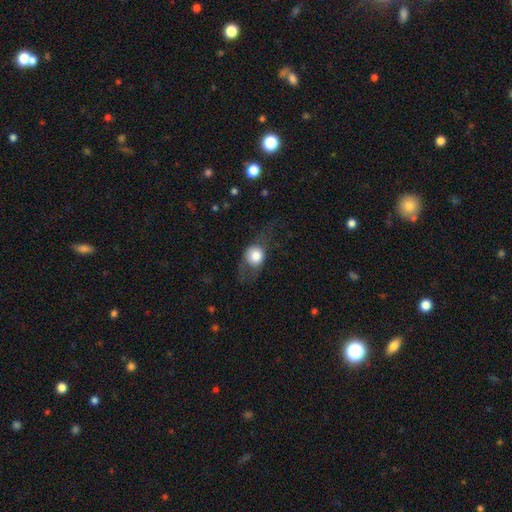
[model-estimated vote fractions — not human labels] A smooth galaxy with no disk features (67%) that is round (69%).

Vote fractions:
- Smooth or featured? smooth: 67% / featured or disk: 25% / star or artifact: 8%
- How rounded? round: 69% / in between: 29% / cigar-shaped: 2%
- Merging? none: 52% / major disturbance: 25% / minor disturbance: 21% / merger: 2%